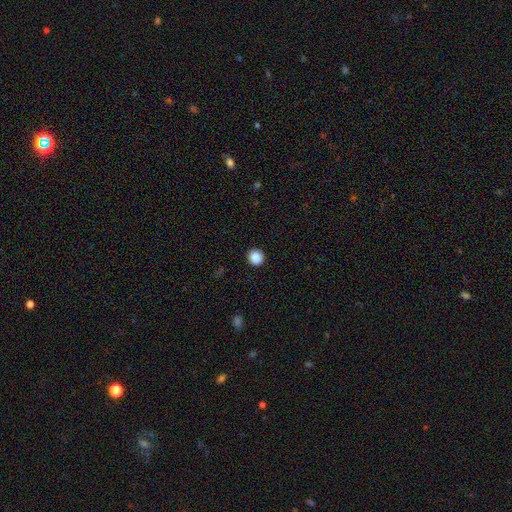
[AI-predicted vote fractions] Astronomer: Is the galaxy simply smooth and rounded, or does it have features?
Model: smooth — 88%.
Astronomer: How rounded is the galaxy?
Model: round — 93%.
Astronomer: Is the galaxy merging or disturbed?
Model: none — 92%.